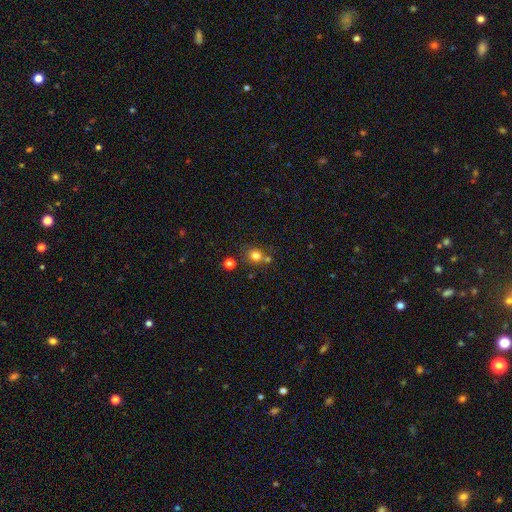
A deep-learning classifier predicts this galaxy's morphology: The model was most divided on "merging": none: 65%, merger: 20%, minor disturbance: 11%, major disturbance: 4%. More confident: how rounded — round (79%); smooth or featured — smooth (77%).